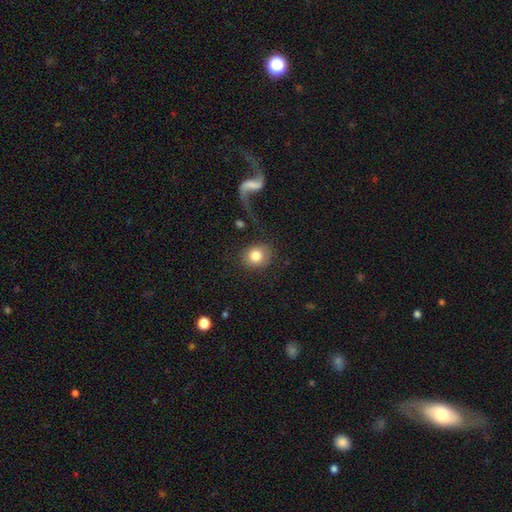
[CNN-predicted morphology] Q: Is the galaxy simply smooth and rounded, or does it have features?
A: smooth — 81%.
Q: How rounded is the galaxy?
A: round — 75%.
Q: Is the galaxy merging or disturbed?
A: none — 77%.